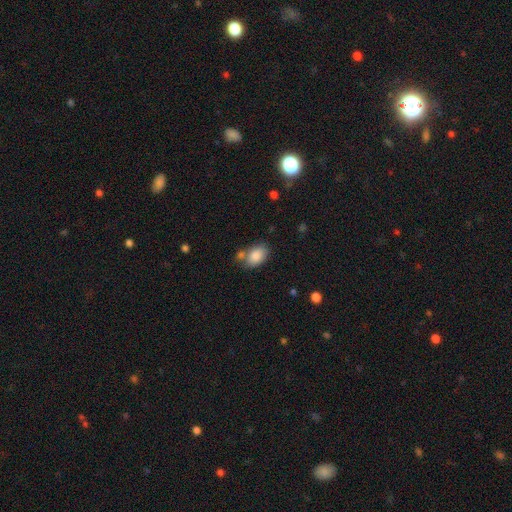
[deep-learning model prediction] smooth_or_featured: smooth (p=0.85) [alt: featured or disk p=0.08]
how_rounded: in between (p=0.87) [alt: round p=0.12]
merging: none (p=0.58) [alt: merger p=0.19]